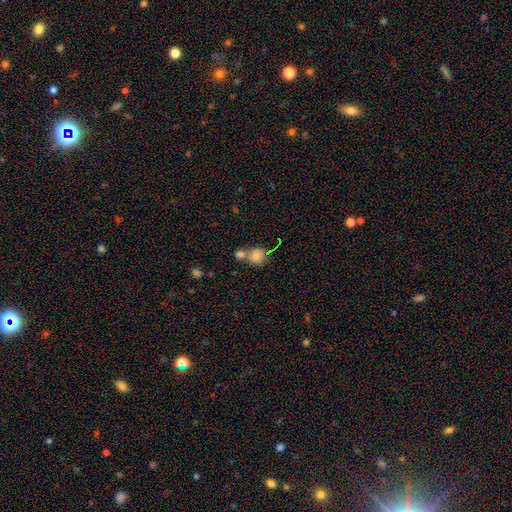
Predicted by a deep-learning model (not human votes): A smooth galaxy with no disk features (77%) that is round (74%). Merging: merger (49%).